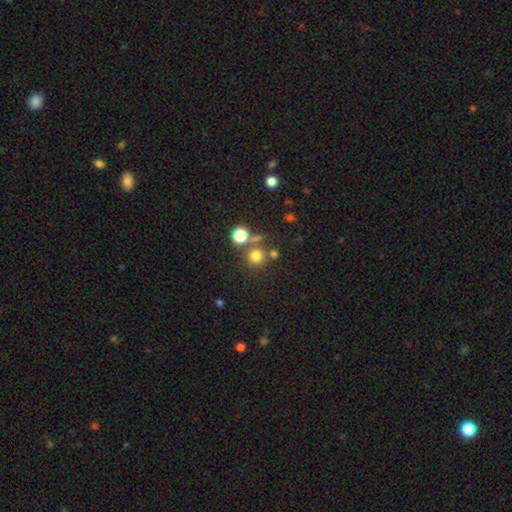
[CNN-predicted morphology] This appears to be a smooth galaxy with no disk features (73%) that is round (93%). Merging: none (72%).